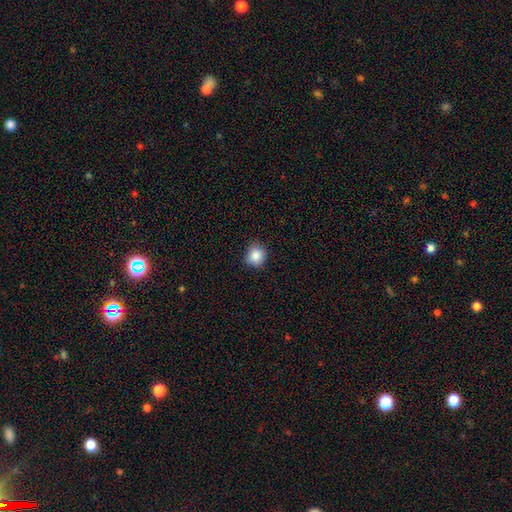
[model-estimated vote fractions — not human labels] The model was most divided on "merging": none: 81%, minor disturbance: 15%, major disturbance: 3%, merger: 1%. More confident: smooth or featured — smooth (86%); how rounded — round (83%).